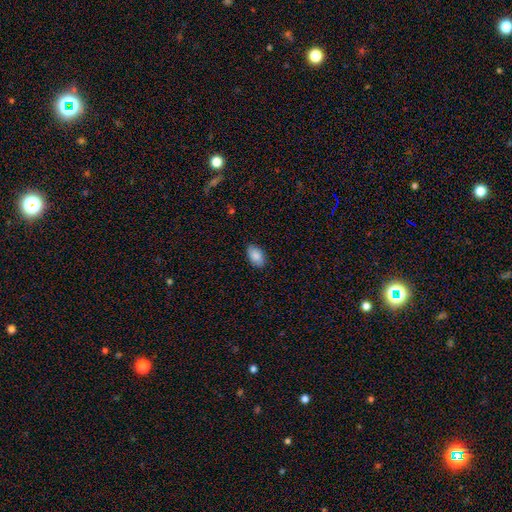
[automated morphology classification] This appears to be a smooth galaxy with no disk features (88%) that is in between round and cigar-shaped (92%). Merging: none (85%).